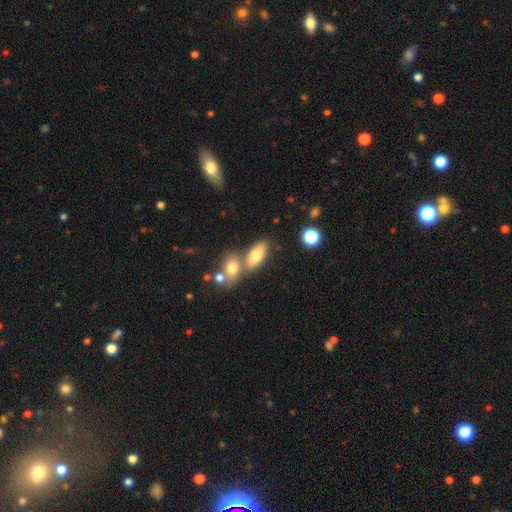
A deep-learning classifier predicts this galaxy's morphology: A smooth galaxy with no disk features (75%) that is in between round and cigar-shaped (83%).

Vote fractions:
- Smooth or featured? smooth: 75% / featured or disk: 17% / star or artifact: 8%
- How rounded? in between: 83% / cigar-shaped: 11% / round: 6%
- Merging? none: 49% / merger: 37% / minor disturbance: 10% / major disturbance: 4%